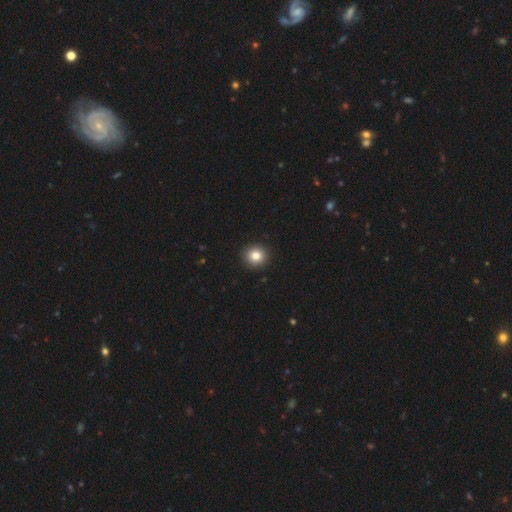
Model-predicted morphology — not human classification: Overall: smooth (83%). How rounded: round (92%). Merging: none (93%).